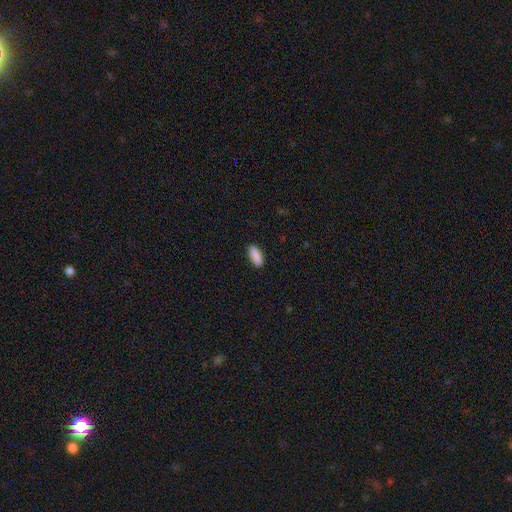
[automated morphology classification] Smooth or featured?
  - smooth: 90% *
  - star or artifact: 6%
  - featured or disk: 3%
How rounded?
  - in between: 84% *
  - cigar-shaped: 14%
  - round: 2%
Merging?
  - none: 89% *
  - minor disturbance: 8%
  - major disturbance: 2%
  - merger: 1%